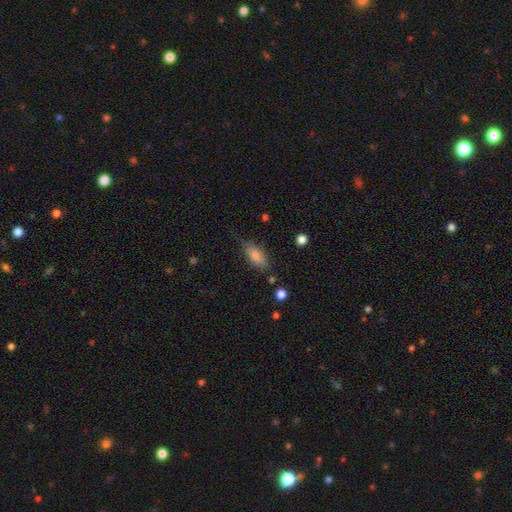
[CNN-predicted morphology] smooth-or-featured: smooth: 83% | featured or disk: 10% | star or artifact: 7%
  how-rounded: in between: 81% | cigar-shaped: 17% | round: 3%
  merging: none: 69% | minor disturbance: 22% | major disturbance: 6% | merger: 3%